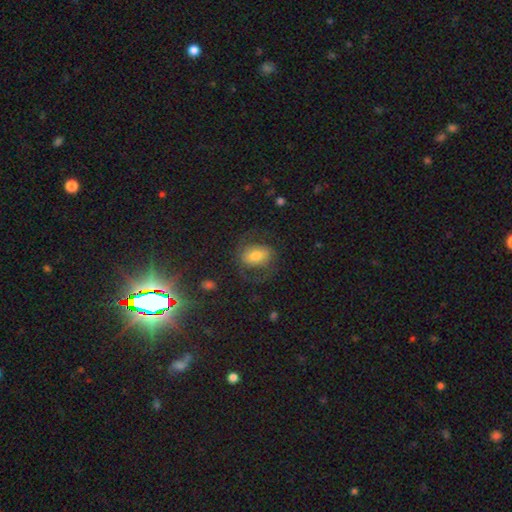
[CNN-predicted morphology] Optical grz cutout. It shows a smooth galaxy with no disk features (49%). Merging: none (63%).